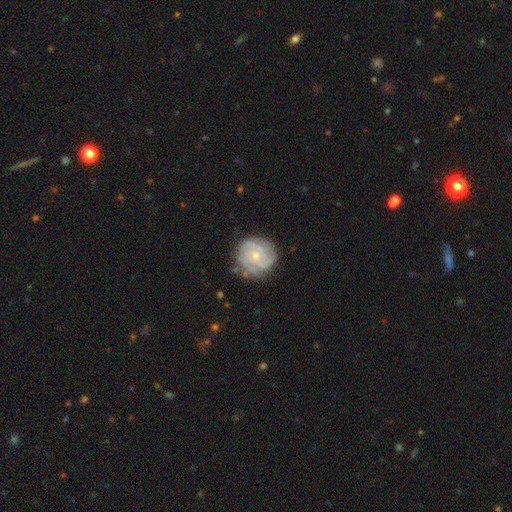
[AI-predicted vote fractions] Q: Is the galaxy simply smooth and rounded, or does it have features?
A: featured or disk — 77%.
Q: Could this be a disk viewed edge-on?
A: no — 98%.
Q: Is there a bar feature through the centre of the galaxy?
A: no — 75%.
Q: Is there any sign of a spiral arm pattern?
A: yes — 93%.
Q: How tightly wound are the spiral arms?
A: tight — 61%.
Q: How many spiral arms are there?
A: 3 — 32%.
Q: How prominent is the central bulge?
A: small — 69%.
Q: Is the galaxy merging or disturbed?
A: none — 77%.